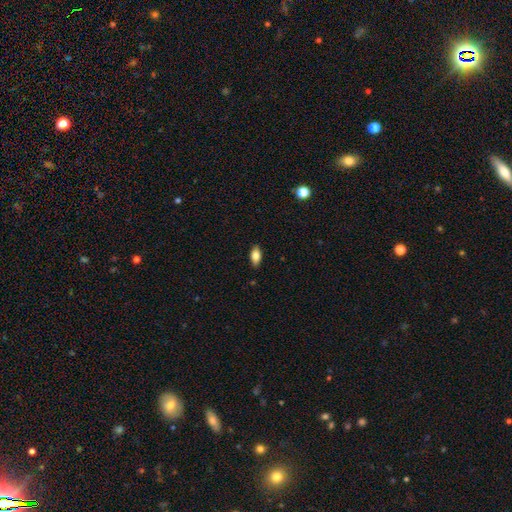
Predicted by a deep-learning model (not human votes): This appears to be a smooth galaxy with no disk features (80%) that is in between round and cigar-shaped (89%). Merging: none (87%).